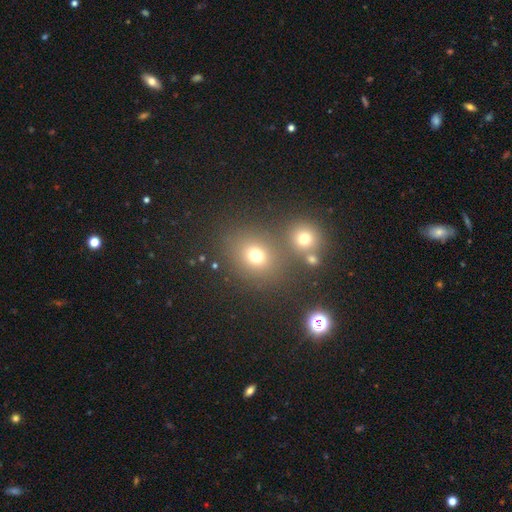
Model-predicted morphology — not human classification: Smooth or featured? smooth (71%)
How rounded? round (72%)
Merging? none (64%)